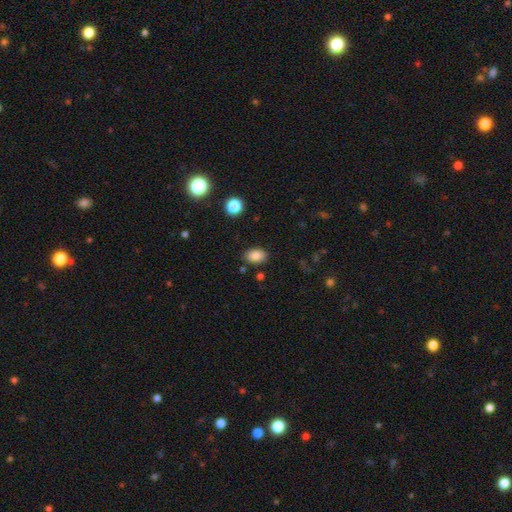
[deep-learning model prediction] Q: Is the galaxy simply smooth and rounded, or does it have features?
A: smooth — 85%.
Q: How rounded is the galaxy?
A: in between — 83%.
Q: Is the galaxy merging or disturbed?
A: none — 85%.